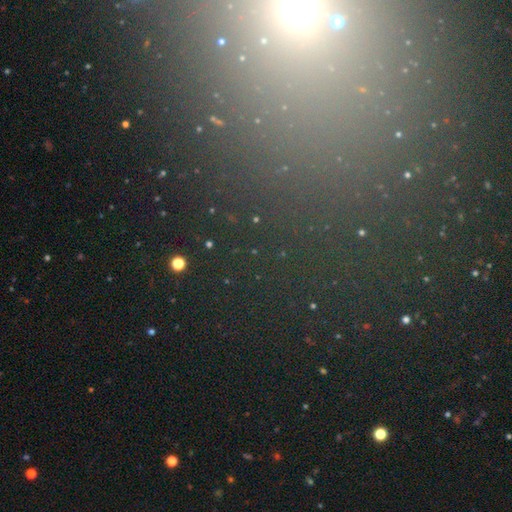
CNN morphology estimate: type=star or artifact (68%).